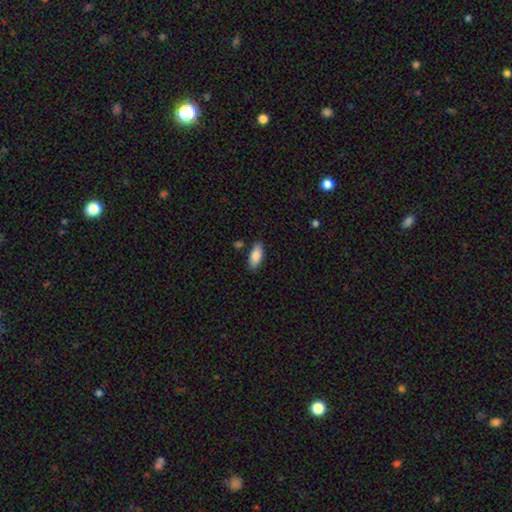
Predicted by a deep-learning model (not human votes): This is clearly a smooth galaxy (86%). How rounded: clearly in between (85%). Merging: clearly none (84%).